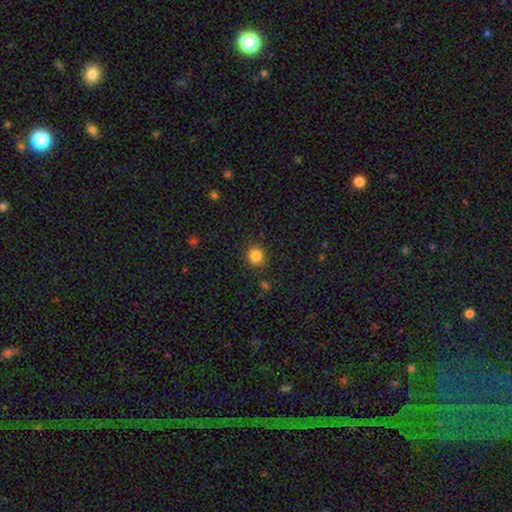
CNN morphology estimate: Smooth or featured? Predicted: smooth (p=0.85). How rounded? Predicted: round (p=0.84). Merging? Predicted: none (p=0.87).